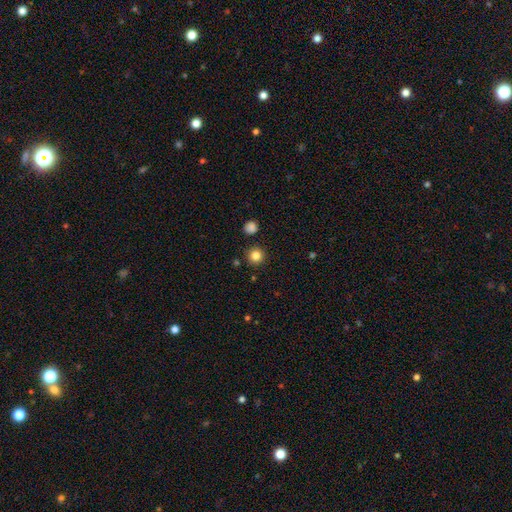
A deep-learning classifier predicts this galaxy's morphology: Smooth or featured? Predicted: smooth (p=0.84). How rounded? Predicted: round (p=0.95). Merging? Predicted: none (p=0.90).